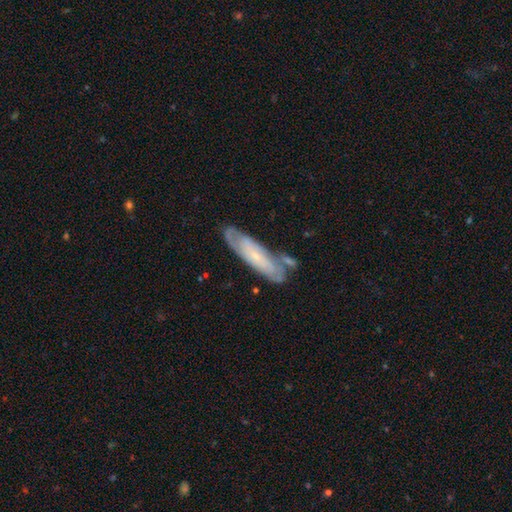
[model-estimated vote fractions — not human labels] A featured or disk galaxy (61%).

Vote fractions:
- Smooth or featured? featured or disk: 61% / smooth: 33% / star or artifact: 6%
- Edge-on disk? no: 72% / yes: 28%
- Merging? none: 60% / minor disturbance: 21% / merger: 13% / major disturbance: 7%